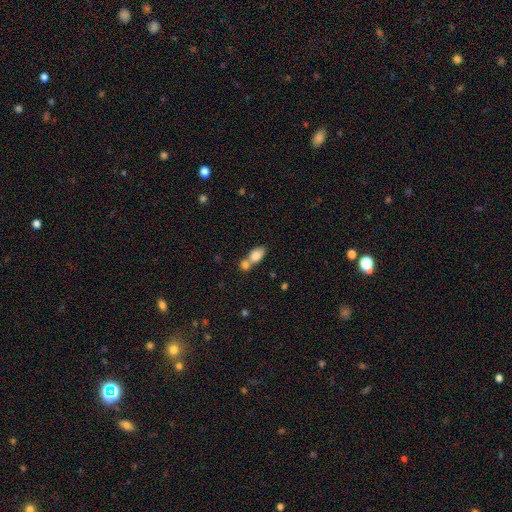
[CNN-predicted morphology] This is clearly a smooth galaxy (81%). How rounded: clearly in between (84%). Merging: possibly merger (55%).